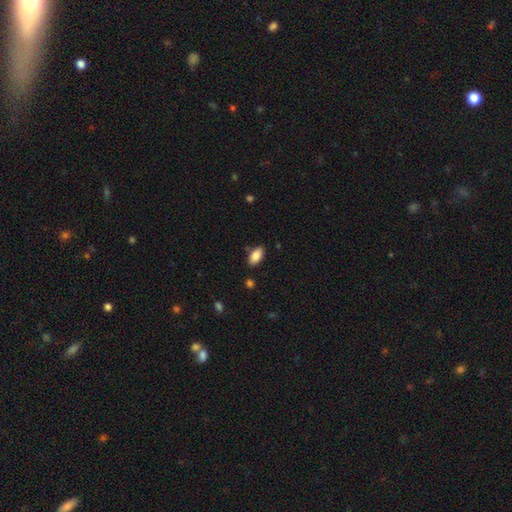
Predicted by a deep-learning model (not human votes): Overall: smooth (85%). How rounded: in between (93%). Merging: none (85%).